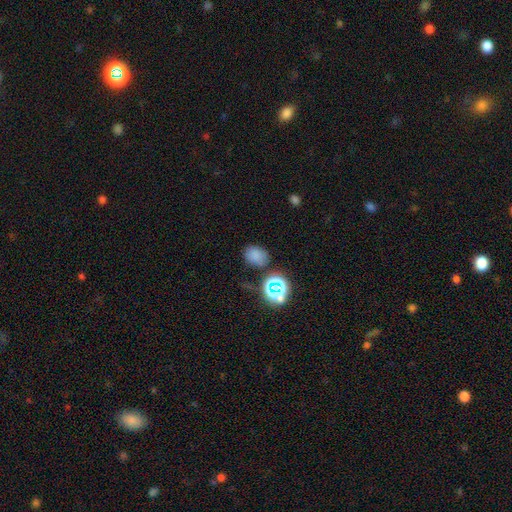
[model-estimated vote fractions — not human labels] Smooth or featured? Predicted: smooth (p=0.70). How rounded? Predicted: in between (p=0.58). Merging? Predicted: none (p=0.71).